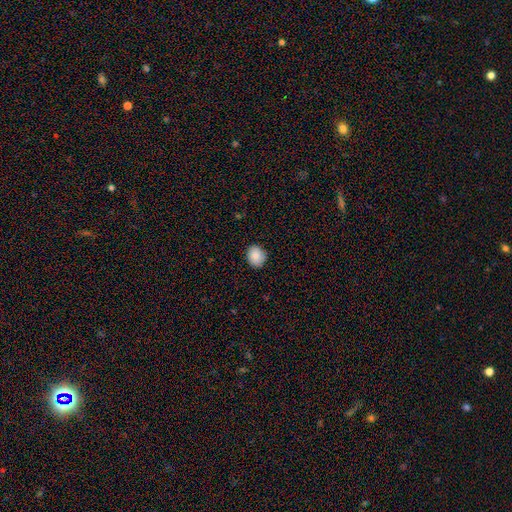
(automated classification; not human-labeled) This appears to be a smooth galaxy with no disk features (85%) that is round (68%). Merging: none (85%).